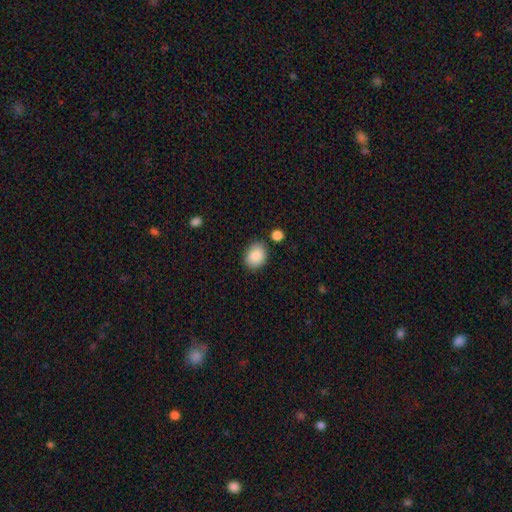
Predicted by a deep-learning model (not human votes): Q: Smooth or featured?
A: smooth (88%); runner-up: star or artifact (7%)
Q: How rounded?
A: in between (55%); runner-up: round (44%)
Q: Merging?
A: none (79%); runner-up: minor disturbance (13%)